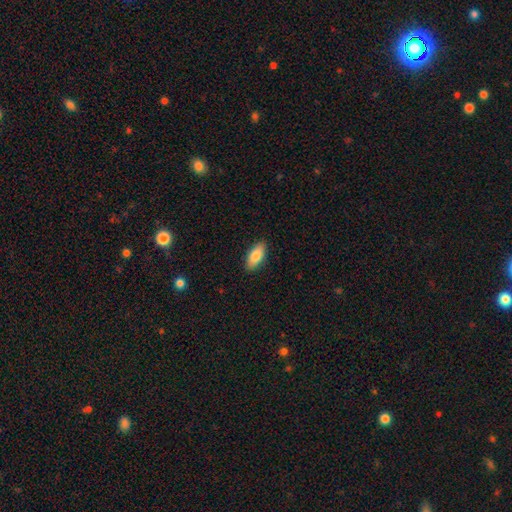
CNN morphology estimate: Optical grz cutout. It shows a smooth galaxy with no disk features (85%) that is in between round and cigar-shaped (85%). Merging: none (89%).